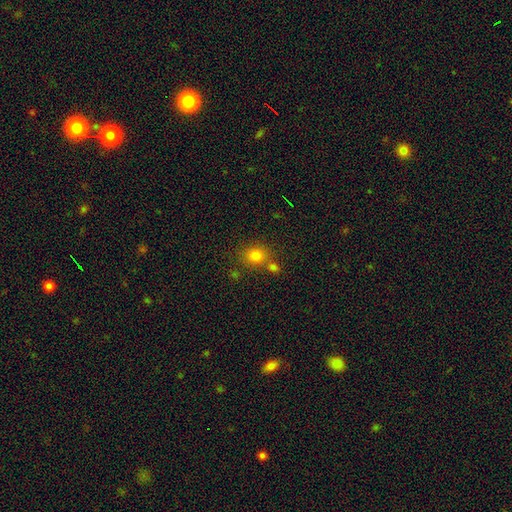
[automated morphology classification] Overall: smooth (79%). How rounded: round (68%; in between 31%). Merging: none (65%).